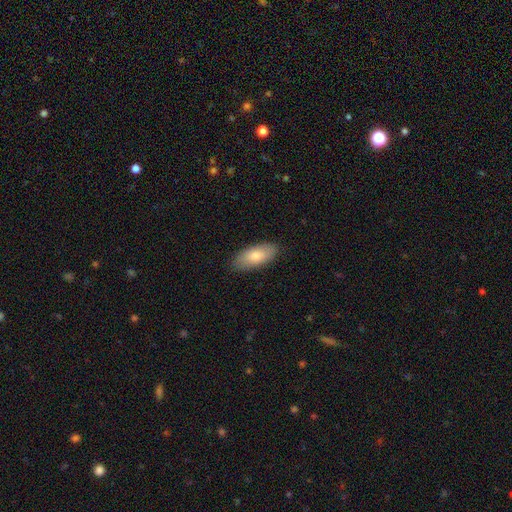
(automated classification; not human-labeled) smooth-or-featured: smooth: 78% | featured or disk: 16% | star or artifact: 6%
  how-rounded: in between: 88% | cigar-shaped: 10% | round: 2%
  merging: none: 86% | minor disturbance: 11% | major disturbance: 2% | merger: 1%